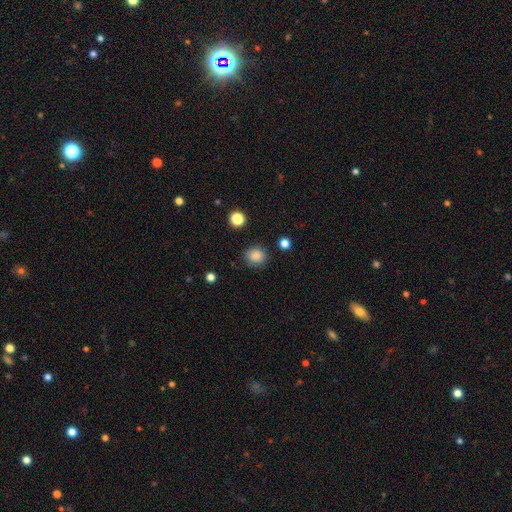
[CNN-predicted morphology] The model was most divided on "how rounded": round: 83%, in between: 16%, cigar-shaped: 1%. More confident: smooth or featured — smooth (85%); merging — none (84%).